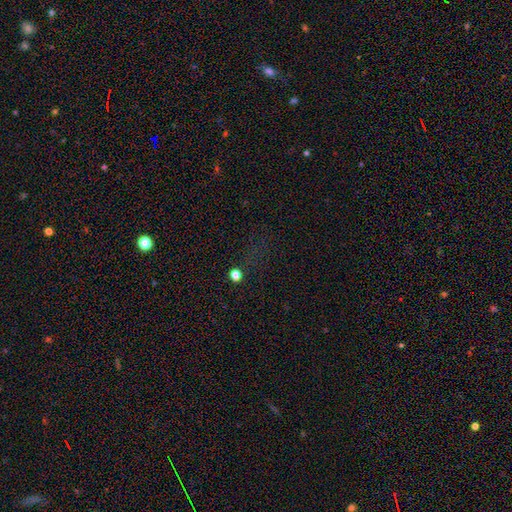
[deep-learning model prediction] A star or artifact, not a galaxy (62%).

Vote fractions:
- Smooth or featured? star or artifact: 62% / smooth: 27% / featured or disk: 11%